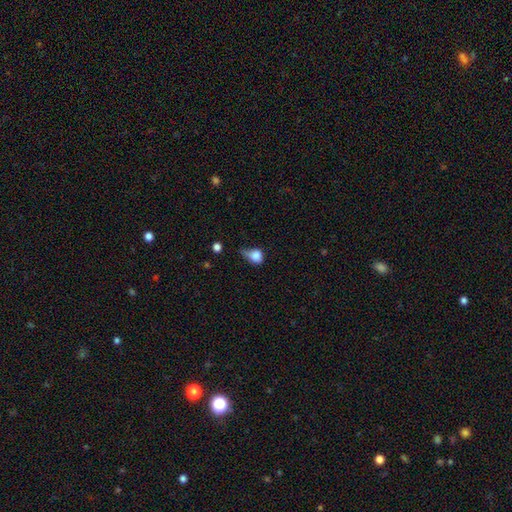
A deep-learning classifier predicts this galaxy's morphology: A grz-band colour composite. It shows a smooth galaxy with no disk features (79%) that is round (52%). Merging: minor disturbance (42%).